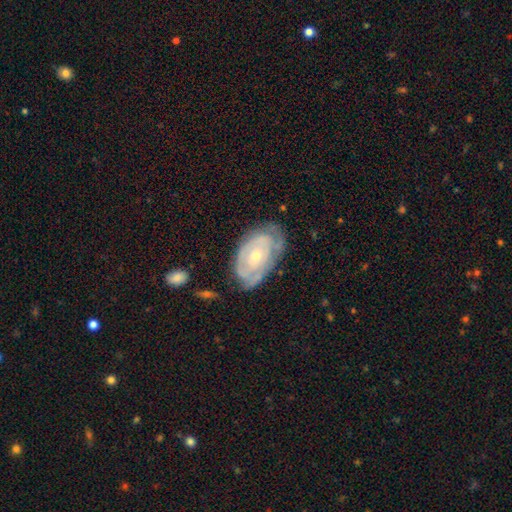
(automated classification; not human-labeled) Overall: featured or disk (75%). Edge-on disk: no (95%). Bar: no (78%). Spiral arms: yes (76%). Spiral arm count: can't tell (52%; 2 26%). Spiral winding: tight (75%). Bulge size: small (57%; moderate 40%). Merging: none (66%).